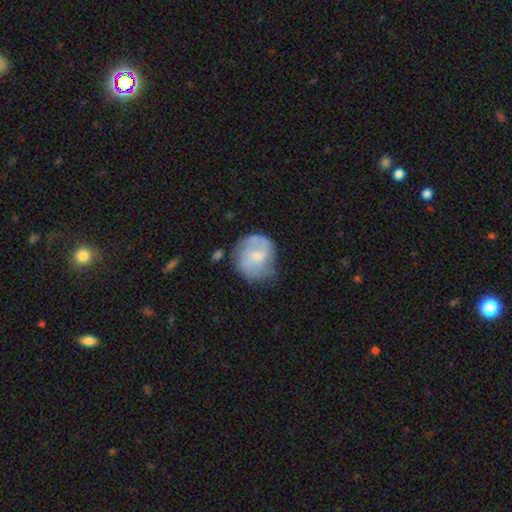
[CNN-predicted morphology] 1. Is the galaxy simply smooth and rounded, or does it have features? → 51% featured or disk, 43% smooth, 7% star or artifact.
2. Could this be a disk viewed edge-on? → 97% no, 3% yes.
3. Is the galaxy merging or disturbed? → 55% none, 29% minor disturbance, 12% major disturbance, 4% merger.